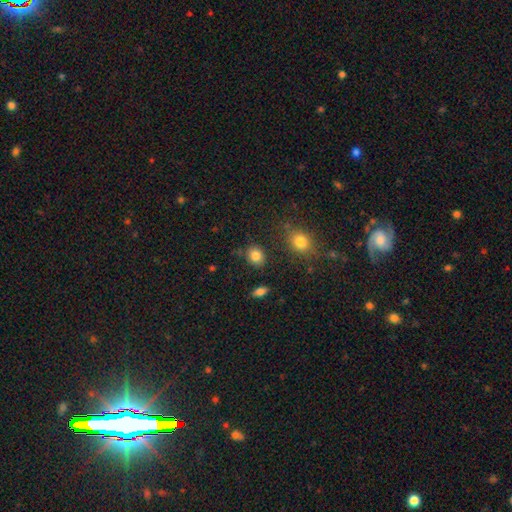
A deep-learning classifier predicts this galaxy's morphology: smooth 83%, star or artifact 11%, featured or disk 6%. Down the decision tree: how rounded — round (58%); merging — none (80%).